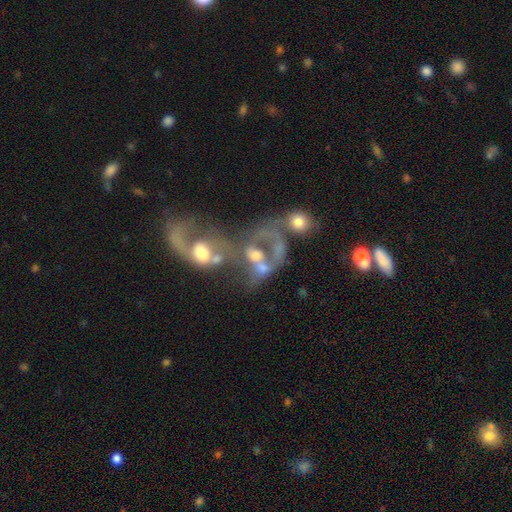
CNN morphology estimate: This is possibly a featured or disk galaxy (59%). It is clearly not viewed edge-on (97%). Bar: likely no (78%). Spiral arm pattern: likely no (65%). Central bulge: marginally moderate (41%). Merging: likely merger (67%).